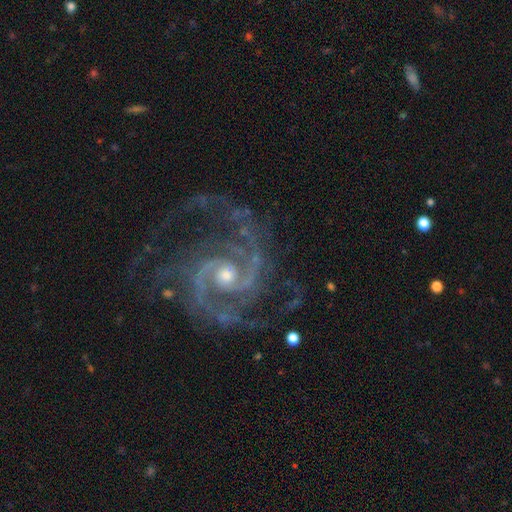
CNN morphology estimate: smooth-or-featured: featured or disk: 93% | star or artifact: 5% | smooth: 2%
  disk-edge-on: no: 98% | yes: 2%
    bar: no: 44% | weak: 41% | strong: 15%
    has-spiral-arms: yes: 99% | no: 1%
      spiral-winding: medium: 58% | tight: 29% | loose: 13%
      spiral-arm-count: 2: 75% | 3: 10% | can't tell: 5% | 4: 4% | 1: 3% | more than 4: 3%
    bulge-size: moderate: 49% | small: 46% | large: 3% | none: 2% | dominant: 1%
  merging: none: 68% | minor disturbance: 16% | major disturbance: 14% | merger: 2%